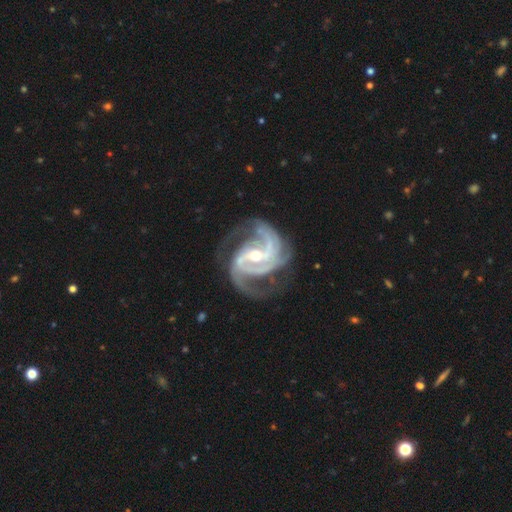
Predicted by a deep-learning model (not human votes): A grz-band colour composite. It shows a featured or disk galaxy (93%) with a strong bar (46%), 3 (42%) medium (53%) spiral arms (99%) and a moderate central bulge (50%). Merging: none (65%).